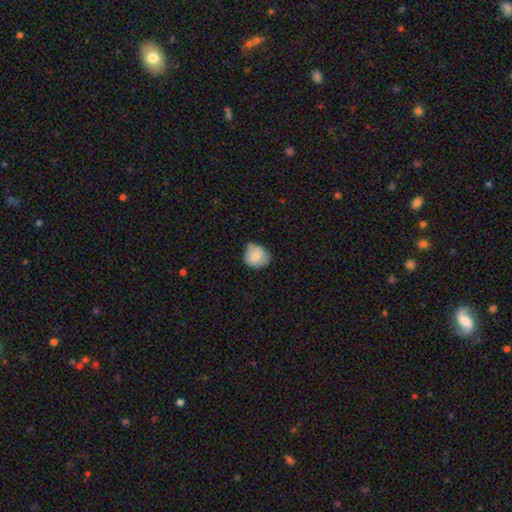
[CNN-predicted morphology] Smooth or featured: smooth — 78% (featured or disk — 14%)
How rounded: round — 78% (in between — 21%)
Merging: none — 60% (minor disturbance — 32%)